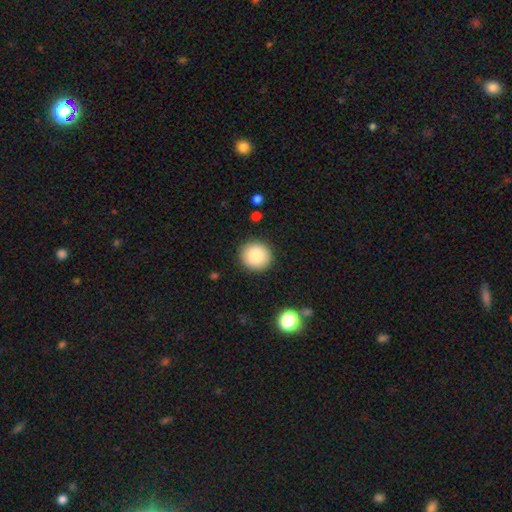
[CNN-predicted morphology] Smooth or featured: smooth — 86% (star or artifact — 8%)
How rounded: round — 90% (in between — 9%)
Merging: none — 90% (minor disturbance — 7%)